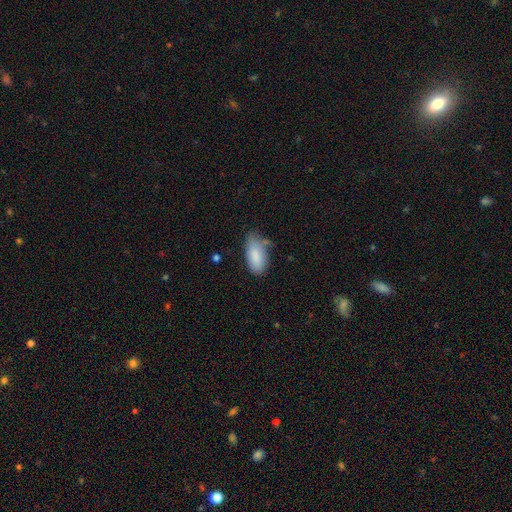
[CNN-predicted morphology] Smooth or featured: smooth — 86% (featured or disk — 7%)
How rounded: in between — 92% (cigar-shaped — 6%)
Merging: none — 55% (minor disturbance — 33%)